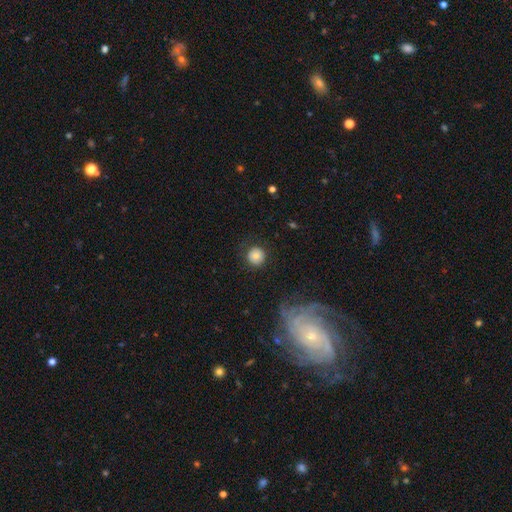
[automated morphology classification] Overall: smooth (77%). How rounded: round (93%). Merging: none (83%).